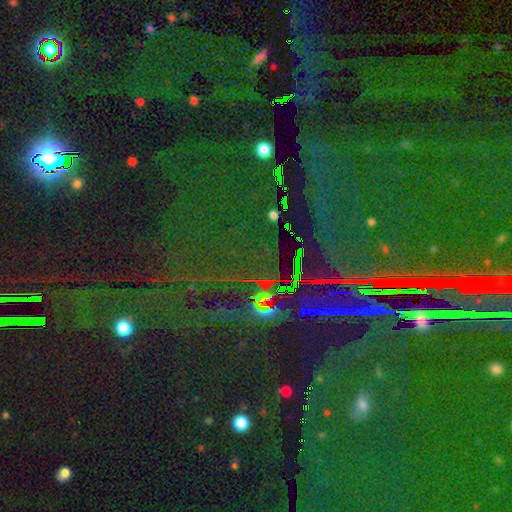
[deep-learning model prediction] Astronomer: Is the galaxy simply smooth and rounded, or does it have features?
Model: star or artifact — 86%.